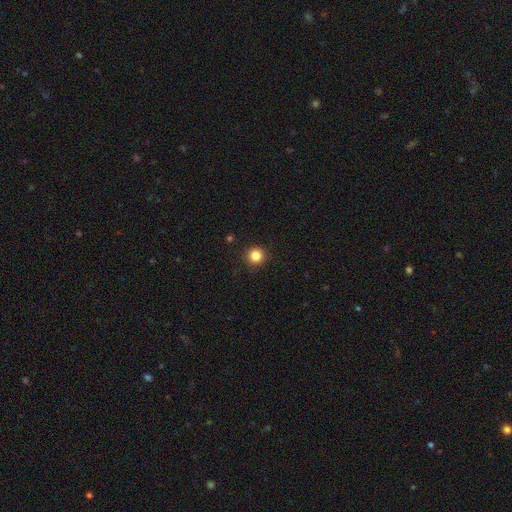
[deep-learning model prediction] Morphology: type=smooth (84%); roundness=round (95%); merging=none (92%).